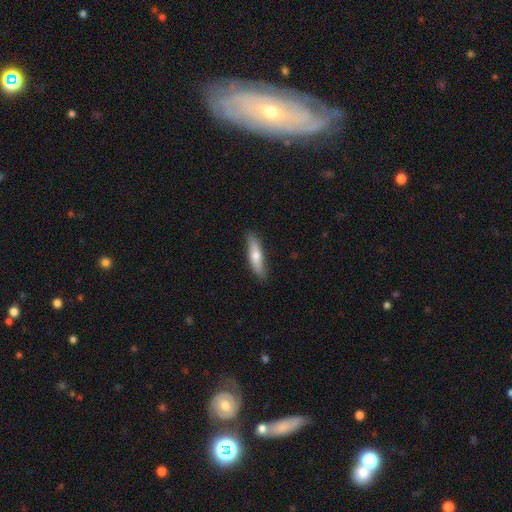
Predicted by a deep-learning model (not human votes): Smooth or featured: smooth — 59% (featured or disk — 35%)
How rounded: cigar-shaped — 78% (in between — 20%)
Merging: none — 86% (minor disturbance — 11%)